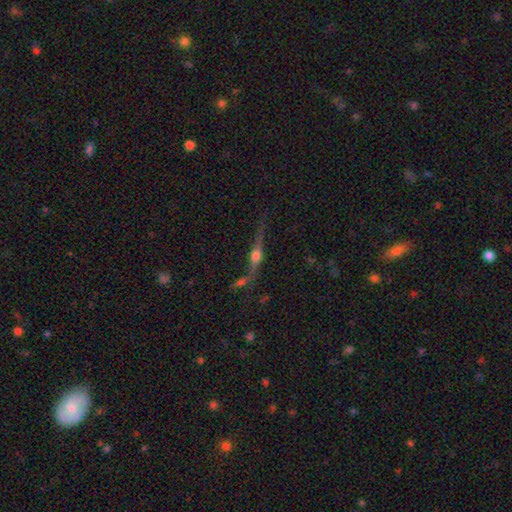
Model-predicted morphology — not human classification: Smooth or featured?
  - featured or disk: 75% *
  - smooth: 14%
  - star or artifact: 11%
Edge-on disk?
  - yes: 93% *
  - no: 7%
Edge-on bulge?
  - rounded: 94% *
  - boxy: 4%
  - none: 2%
Merging?
  - none: 68% *
  - minor disturbance: 15%
  - merger: 11%
  - major disturbance: 6%